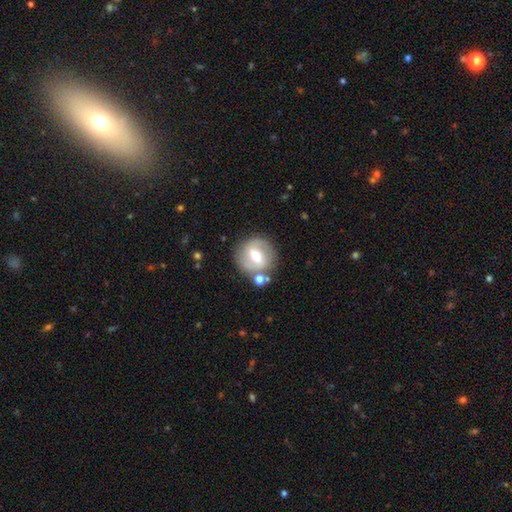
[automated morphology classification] Q: Smooth or featured?
A: featured or disk (58%); runner-up: smooth (35%)
Q: Edge-on disk?
A: no (95%); runner-up: yes (5%)
Q: Bar?
A: weak (44%); runner-up: strong (38%)
Q: Spiral arms?
A: yes (58%); runner-up: no (42%)
Q: Bulge size?
A: moderate (71%); runner-up: small (20%)
Q: Merging?
A: none (76%); runner-up: minor disturbance (11%)